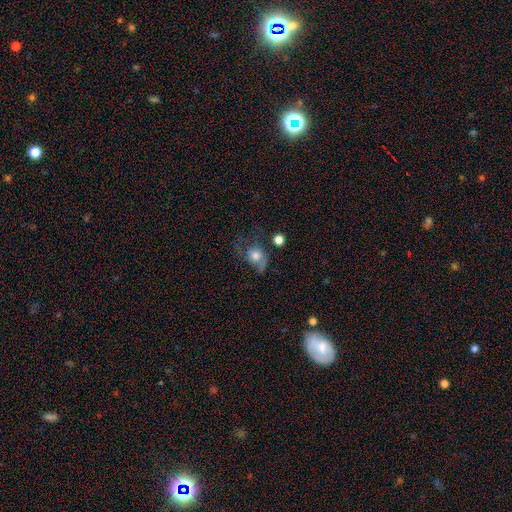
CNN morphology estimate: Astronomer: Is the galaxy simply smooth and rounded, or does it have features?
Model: smooth — 64%.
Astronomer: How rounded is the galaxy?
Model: round — 57% (runner-up: in between, 42%).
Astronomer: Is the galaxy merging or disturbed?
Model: major disturbance — 42% (runner-up: none, 27%).